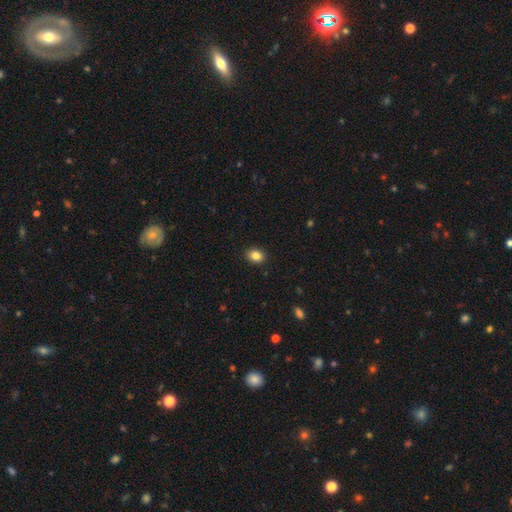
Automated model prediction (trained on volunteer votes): smooth_or_featured: smooth (p=0.86) [alt: star or artifact p=0.10]
how_rounded: in between (p=0.58) [alt: round p=0.41]
merging: none (p=0.90) [alt: minor disturbance p=0.07]